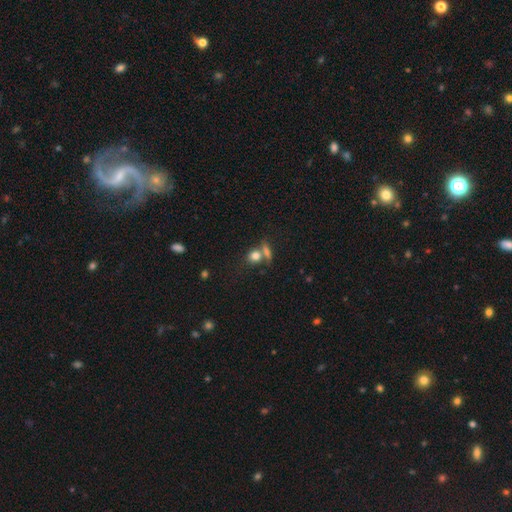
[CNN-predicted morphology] Smooth or featured? Predicted: smooth (p=0.78). How rounded? Predicted: round (p=0.68). Merging? Predicted: none (p=0.50).